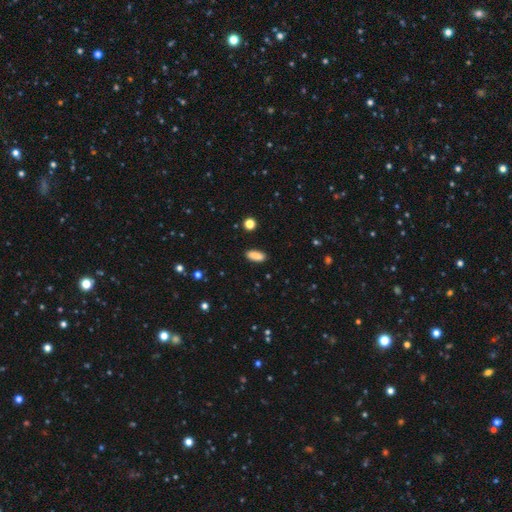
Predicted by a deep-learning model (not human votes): This appears to be a smooth galaxy with no disk features (88%) that is in between round and cigar-shaped (75%). Merging: none (89%).